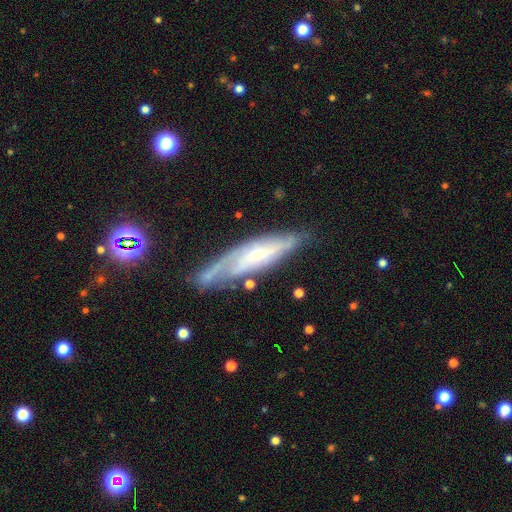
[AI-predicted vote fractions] This appears to be a featured or disk galaxy (74%). Merging: none (61%).